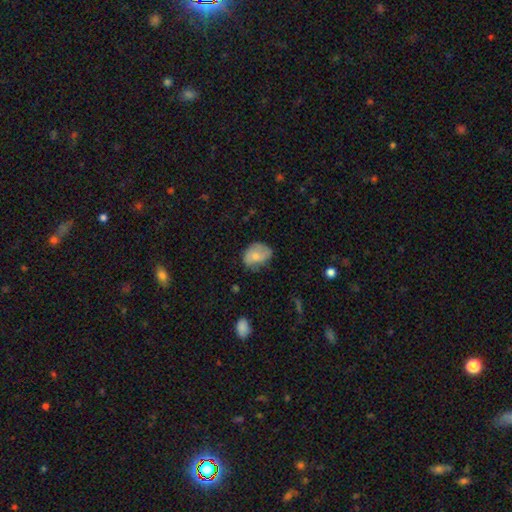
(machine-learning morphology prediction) This is likely a smooth galaxy (67%). How rounded: likely in between (65%). Merging: possibly none (52%).